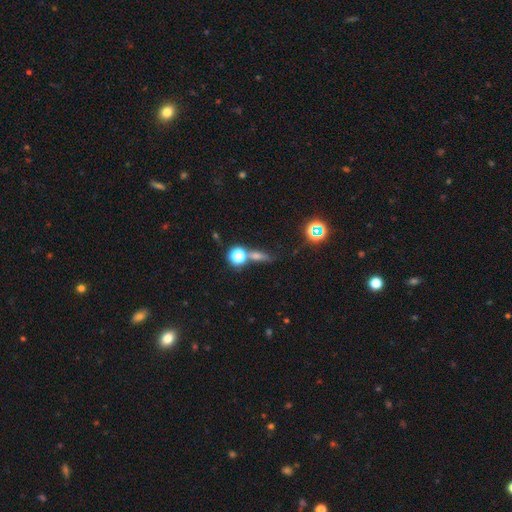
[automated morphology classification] Smooth or featured?
  - smooth: 51% *
  - star or artifact: 29%
  - featured or disk: 20%
How rounded?
  - cigar-shaped: 35% * (tied)
  - in between: 35% * (tied)
  - round: 30%
Merging?
  - none: 57% *
  - merger: 22%
  - minor disturbance: 13%
  - major disturbance: 8%